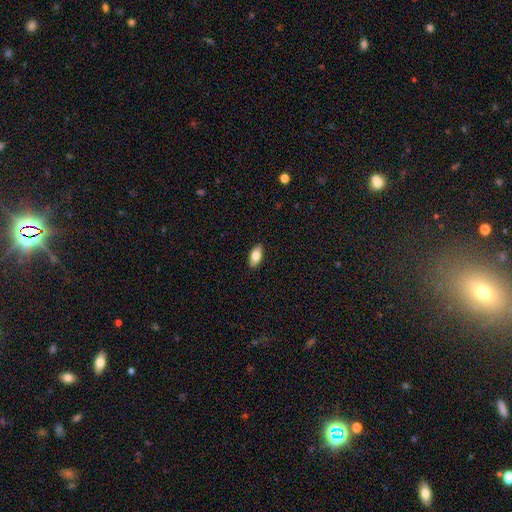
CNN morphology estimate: type=smooth (80%); roundness=in between (88%); merging=none (89%).